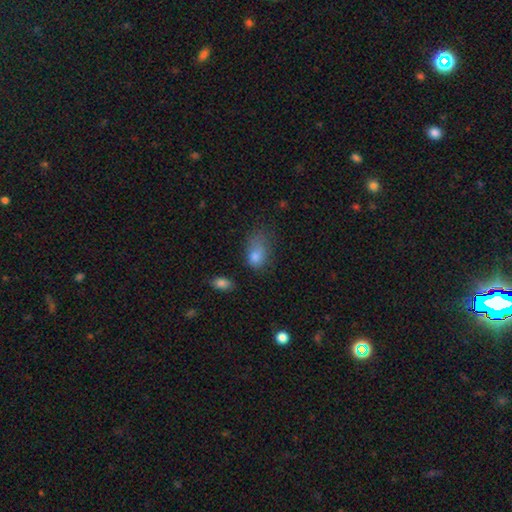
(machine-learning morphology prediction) The model was most divided on "merging": minor disturbance: 35%, none: 31%, major disturbance: 29%, merger: 5%. More confident: how rounded — in between (82%); smooth or featured — smooth (77%).